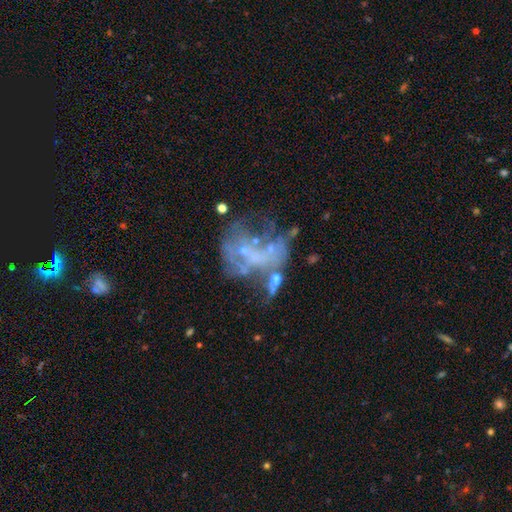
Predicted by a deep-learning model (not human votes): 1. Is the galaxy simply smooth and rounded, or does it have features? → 65% featured or disk, 19% star or artifact, 16% smooth.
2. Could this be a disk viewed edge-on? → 98% no, 2% yes.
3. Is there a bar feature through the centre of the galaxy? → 85% no, 11% weak, 4% strong.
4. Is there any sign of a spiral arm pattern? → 81% no, 19% yes.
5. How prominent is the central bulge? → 60% none, 30% small, 8% moderate, 1% large, 1% dominant.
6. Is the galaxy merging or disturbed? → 35% major disturbance, 29% none, 22% merger, 14% minor disturbance.